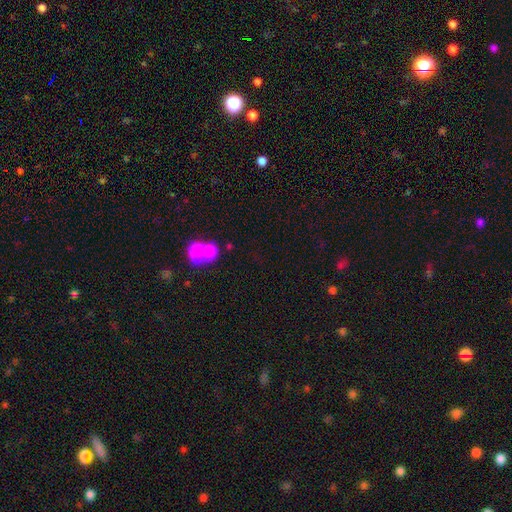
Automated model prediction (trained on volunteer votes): smooth_or_featured: smooth (p=0.63) [alt: star or artifact p=0.26]
how_rounded: round (p=0.66) [alt: in between p=0.31]
merging: none (p=0.47) [alt: merger p=0.39]